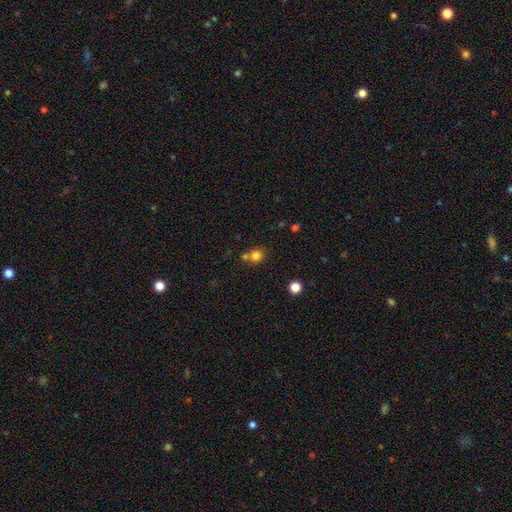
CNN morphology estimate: Smooth or featured? Predicted: smooth (p=0.78). How rounded? Predicted: round (p=0.81). Merging? Predicted: none (p=0.59).